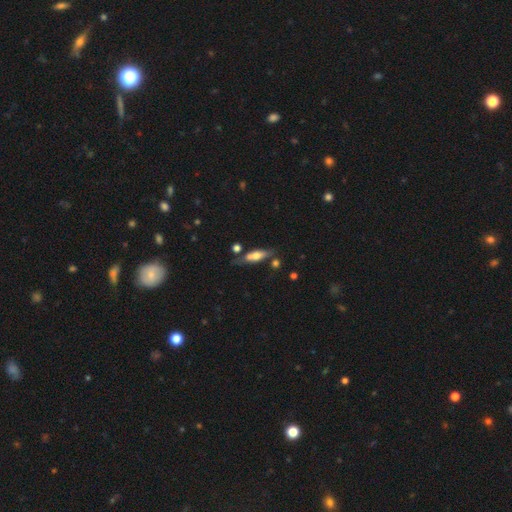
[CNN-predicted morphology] Overall: featured or disk (47%; smooth 46%). Merging: none (57%; minor disturbance 20%).